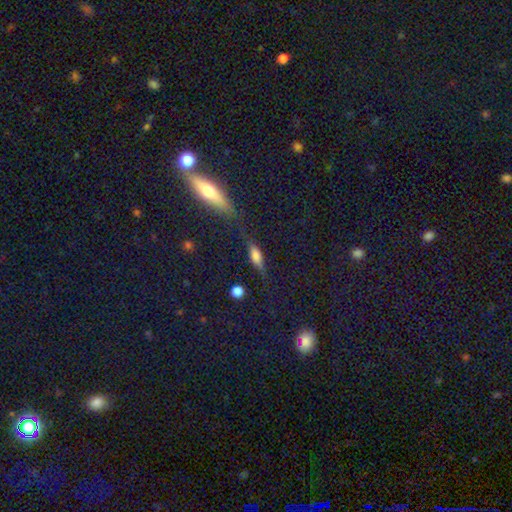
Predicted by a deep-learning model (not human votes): Q: Smooth or featured?
A: smooth (48%); runner-up: featured or disk (38%)
Q: Merging?
A: none (74%); runner-up: minor disturbance (16%)